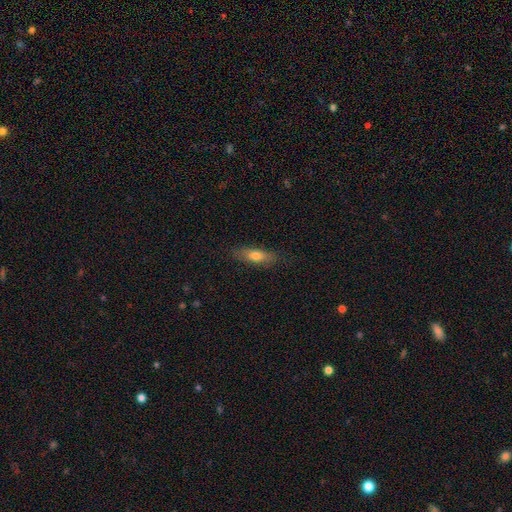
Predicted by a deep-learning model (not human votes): This appears to be a smooth galaxy with no disk features (70%) that is in between round and cigar-shaped (55%). Merging: none (83%).